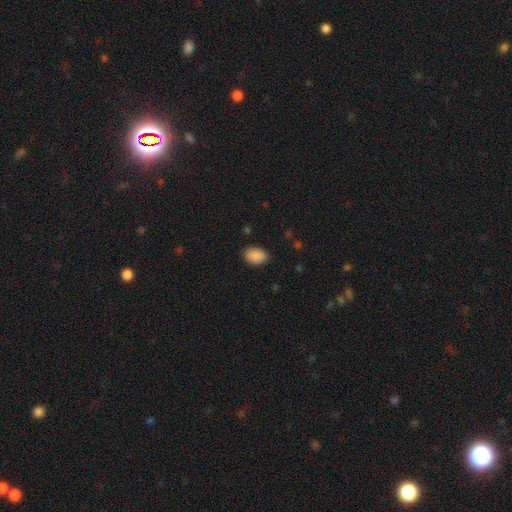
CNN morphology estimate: Smooth or featured: smooth — 90% (star or artifact — 8%)
How rounded: in between — 84% (round — 15%)
Merging: none — 86% (minor disturbance — 10%)